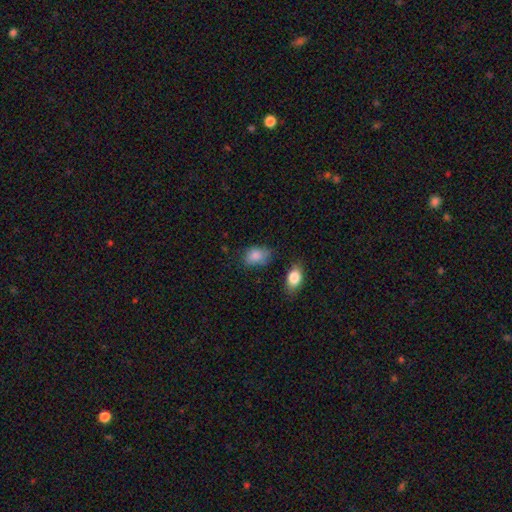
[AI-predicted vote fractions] This appears to be a smooth galaxy with no disk features (85%) that is in between round and cigar-shaped (80%). Merging: none (59%).